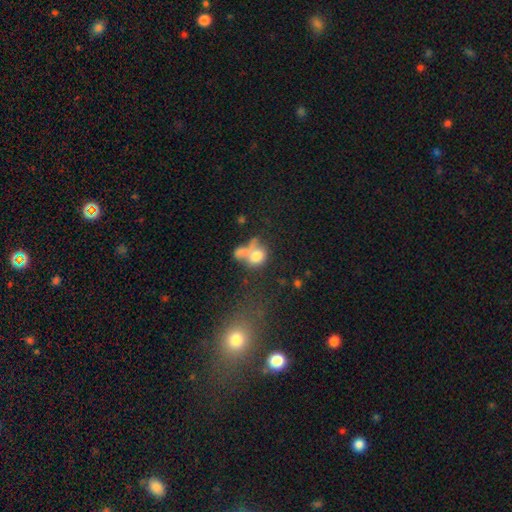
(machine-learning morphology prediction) smooth 68%, featured or disk 19%, star or artifact 13%. Down the decision tree: how rounded — in between (56%); merging — merger (49%).